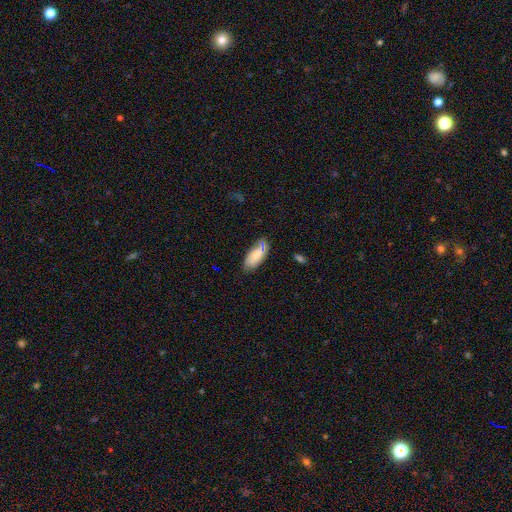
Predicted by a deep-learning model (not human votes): This appears to be a smooth galaxy with no disk features (69%) that is in between round and cigar-shaped (88%). Merging: none (58%).